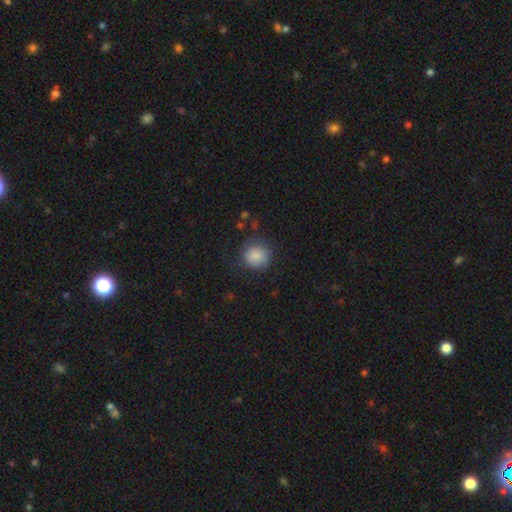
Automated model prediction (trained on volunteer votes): Smooth or featured? Predicted: smooth (p=0.84). How rounded? Predicted: round (p=0.89). Merging? Predicted: none (p=0.70).